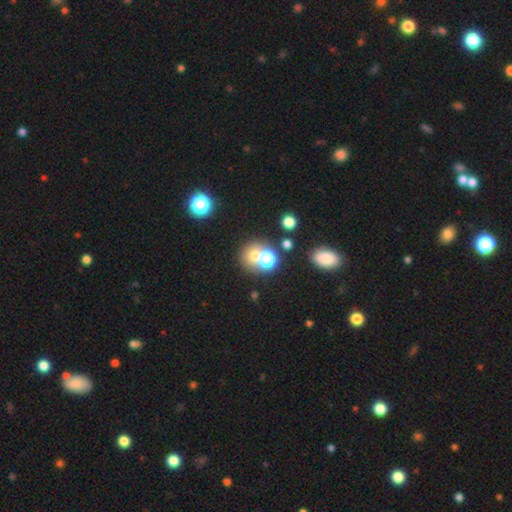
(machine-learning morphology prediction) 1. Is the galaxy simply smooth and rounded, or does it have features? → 63% smooth, 23% star or artifact, 14% featured or disk.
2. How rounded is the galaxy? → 82% round, 17% in between, 1% cigar-shaped.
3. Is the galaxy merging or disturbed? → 51% none, 36% merger, 8% minor disturbance, 4% major disturbance.